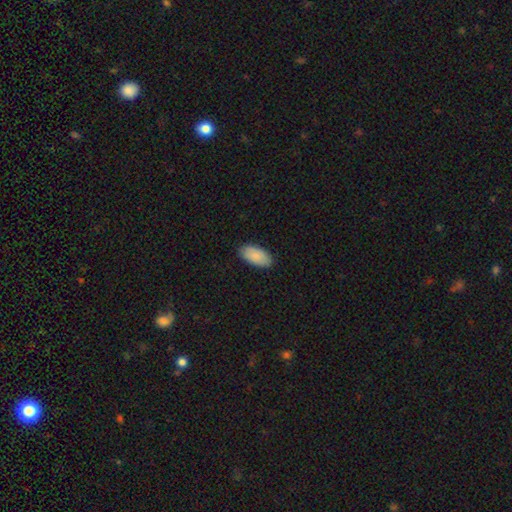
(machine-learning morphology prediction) A smooth galaxy with no disk features (88%) that is in between round and cigar-shaped (94%). Merging: none (87%).